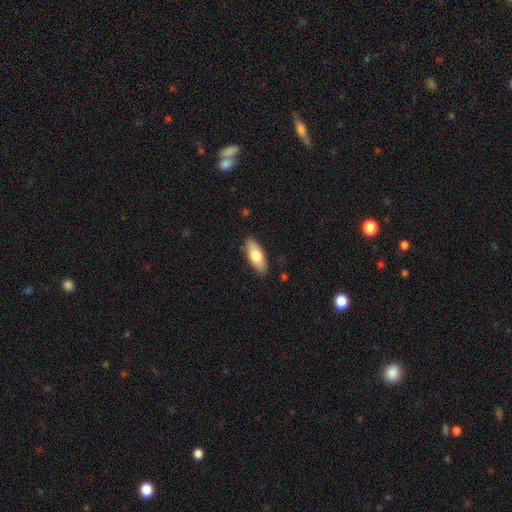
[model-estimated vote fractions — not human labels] Smooth or featured: smooth — 74% (featured or disk — 21%)
How rounded: in between — 76% (cigar-shaped — 22%)
Merging: none — 87% (minor disturbance — 10%)